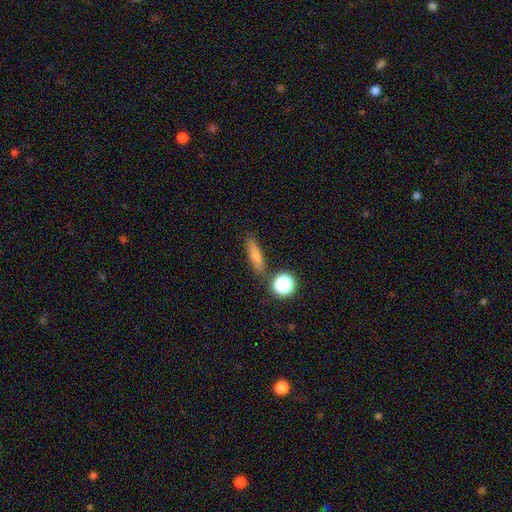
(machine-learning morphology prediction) A smooth galaxy with no disk features (74%) that is cigar-shaped (66%). Merging: none (81%).